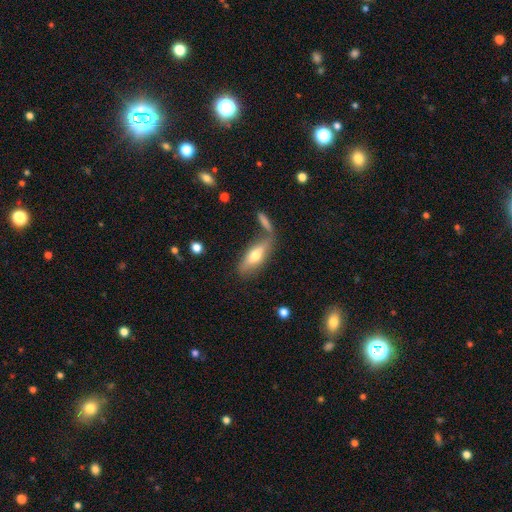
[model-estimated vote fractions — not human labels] smooth 61%, featured or disk 33%, star or artifact 6%. Down the decision tree: how rounded — in between (62%); merging — none (59%).